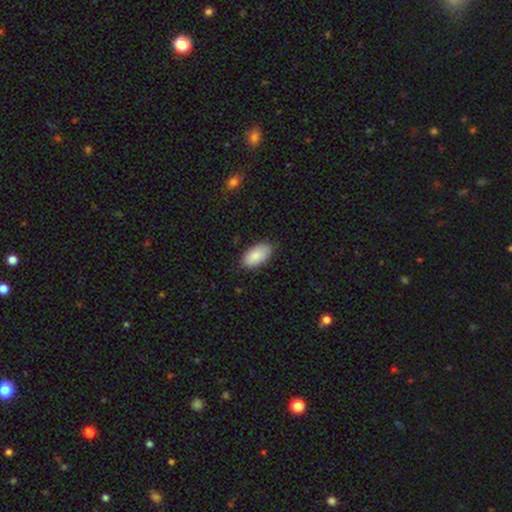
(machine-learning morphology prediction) A smooth galaxy with no disk features (86%) that is in between round and cigar-shaped (95%). Merging: none (81%).